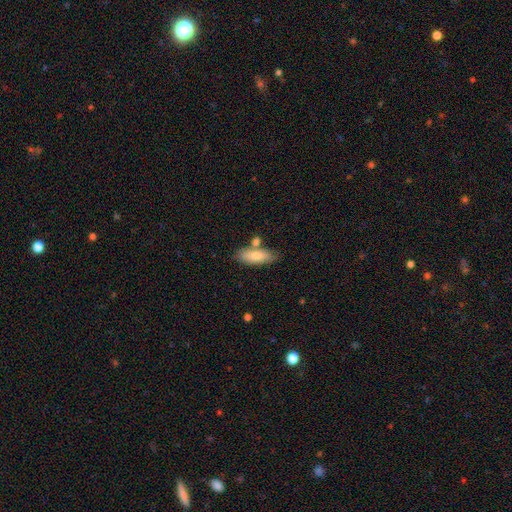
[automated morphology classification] Smooth or featured: smooth — 78% (featured or disk — 16%)
How rounded: in between — 66% (cigar-shaped — 32%)
Merging: none — 68% (minor disturbance — 15%)